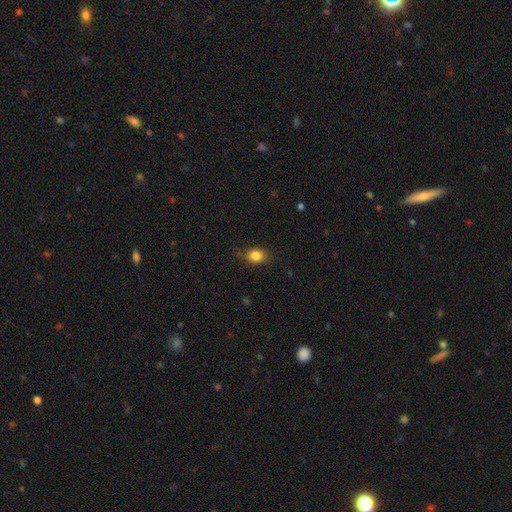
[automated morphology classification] A smooth galaxy with no disk features (84%) that is in between round and cigar-shaped (59%). Merging: none (77%).